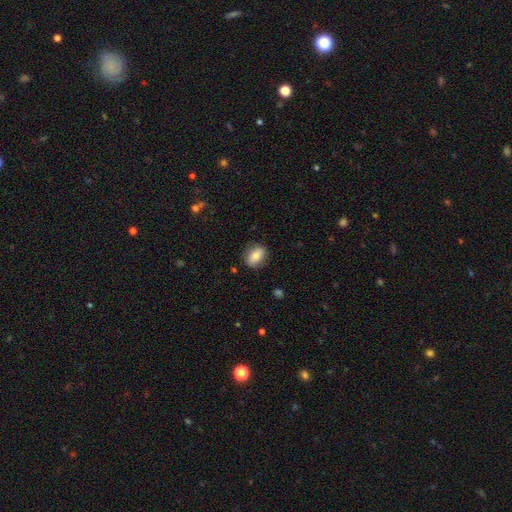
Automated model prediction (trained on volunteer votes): Morphology: type=smooth (75%); roundness=in between (69%); merging=none (82%).